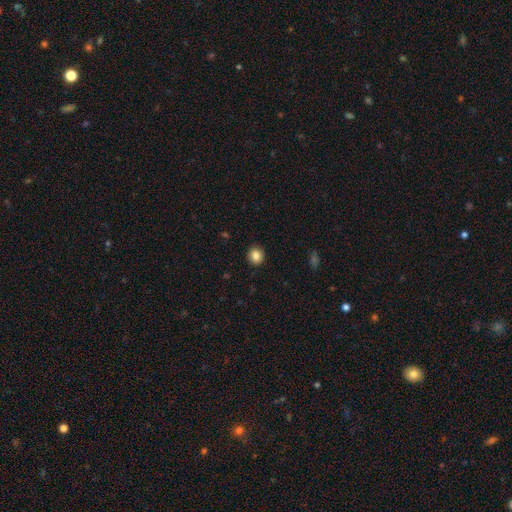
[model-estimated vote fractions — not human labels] This appears to be a smooth galaxy with no disk features (85%) that is round (86%). Merging: none (92%).